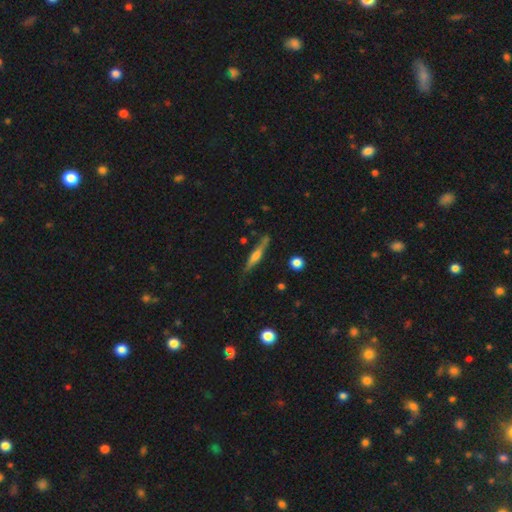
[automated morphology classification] smooth-or-featured: featured or disk: 52% | smooth: 41% | star or artifact: 7%
  disk-edge-on: yes: 95% | no: 5%
  merging: none: 78% | minor disturbance: 15% | major disturbance: 3% | merger: 3%